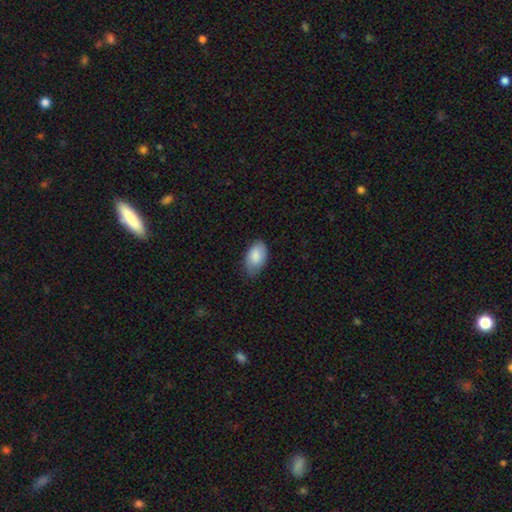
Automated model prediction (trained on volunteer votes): A smooth galaxy with no disk features (84%) that is in between round and cigar-shaped (94%).

Vote fractions:
- Smooth or featured? smooth: 84% / featured or disk: 10% / star or artifact: 6%
- How rounded? in between: 94% / round: 5% / cigar-shaped: 1%
- Merging? none: 70% / minor disturbance: 25% / major disturbance: 4% / merger: 1%